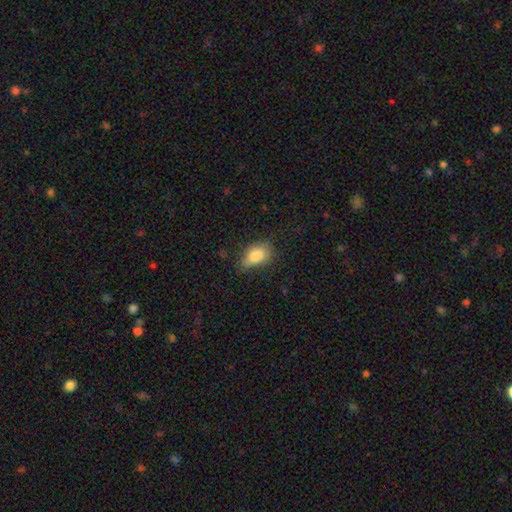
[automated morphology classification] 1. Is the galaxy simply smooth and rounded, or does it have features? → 82% smooth, 10% featured or disk, 8% star or artifact.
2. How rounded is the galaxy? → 89% in between, 6% round, 5% cigar-shaped.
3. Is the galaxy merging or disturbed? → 53% none, 33% minor disturbance, 11% major disturbance, 3% merger.